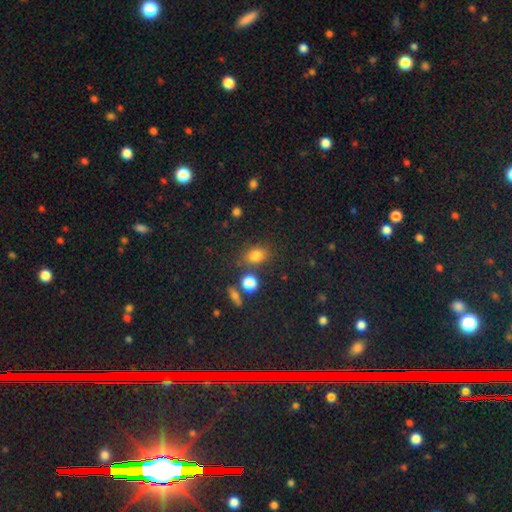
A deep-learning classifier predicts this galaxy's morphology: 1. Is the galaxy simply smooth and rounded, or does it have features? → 79% smooth, 14% star or artifact, 7% featured or disk.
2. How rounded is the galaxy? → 59% in between, 39% round, 2% cigar-shaped.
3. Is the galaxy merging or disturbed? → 72% none, 13% minor disturbance, 10% merger, 5% major disturbance.